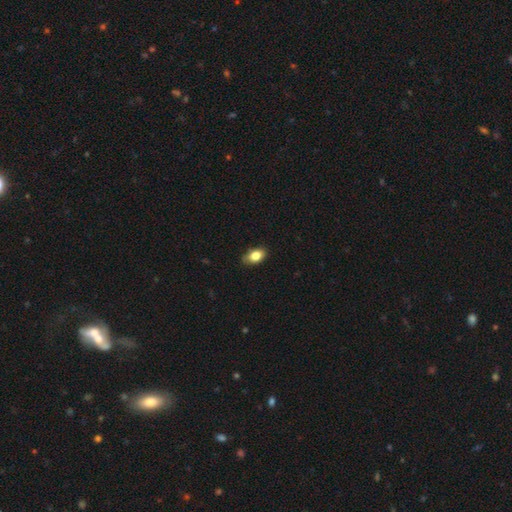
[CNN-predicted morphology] smooth 83%, featured or disk 10%, star or artifact 8%. Down the decision tree: how rounded — in between (88%); merging — none (79%).